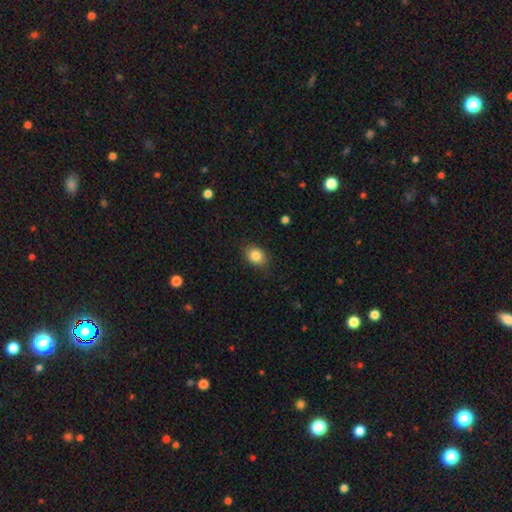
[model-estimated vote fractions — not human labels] Smooth or featured?
  - smooth: 85% *
  - star or artifact: 9%
  - featured or disk: 6%
How rounded?
  - in between: 64% *
  - round: 35%
  - cigar-shaped: 1%
Merging?
  - none: 83% *
  - minor disturbance: 13%
  - major disturbance: 3%
  - merger: 1%